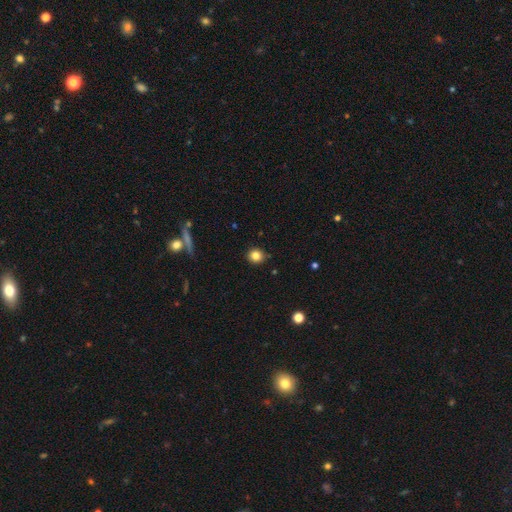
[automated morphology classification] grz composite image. It shows a smooth galaxy with no disk features (83%) that is round (87%). Merging: none (89%).